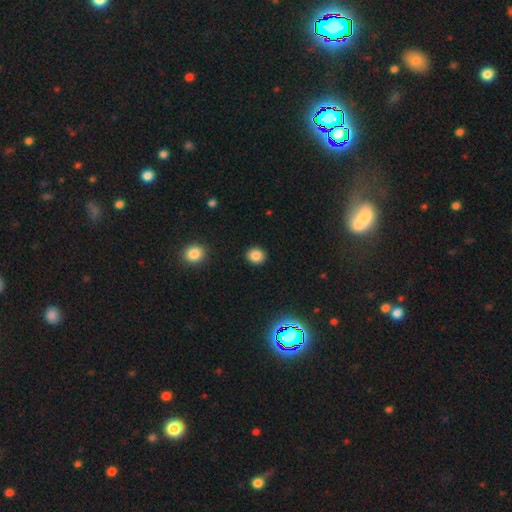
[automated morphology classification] This is clearly a smooth galaxy (84%). How rounded: clearly round (86%). Merging: clearly none (92%).